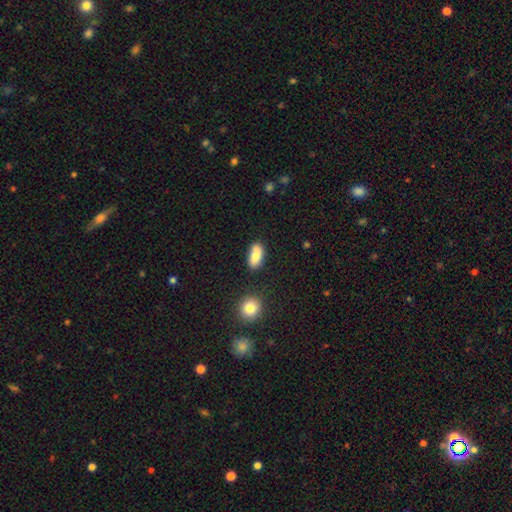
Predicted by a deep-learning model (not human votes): smooth-or-featured: smooth: 83% | featured or disk: 9% | star or artifact: 8%
  how-rounded: in between: 87% | cigar-shaped: 9% | round: 4%
  merging: none: 75% | minor disturbance: 16% | merger: 6% | major disturbance: 3%